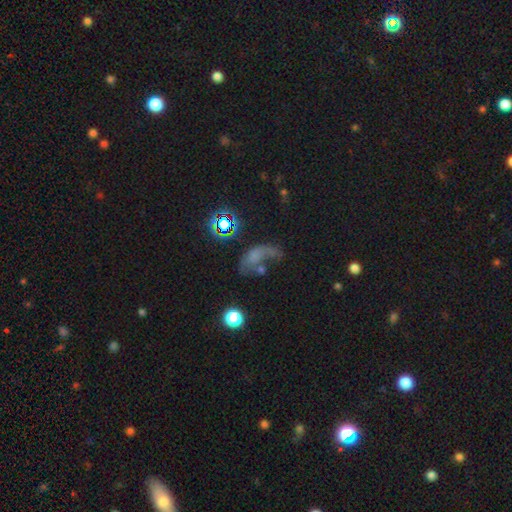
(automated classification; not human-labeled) Morphology: type=smooth (42%); merging=major disturbance (39%).